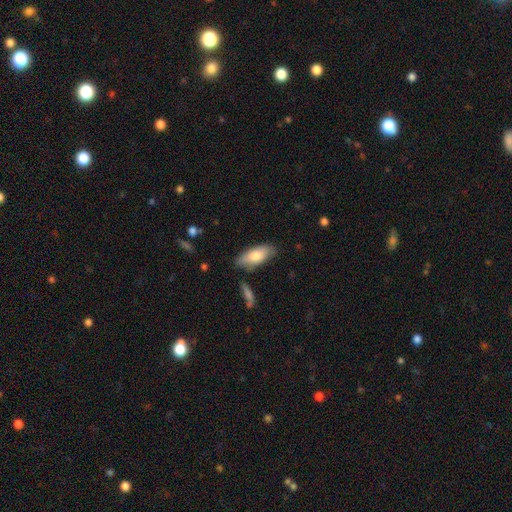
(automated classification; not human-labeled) A smooth galaxy with no disk features (77%) that is in between round and cigar-shaped (82%).

Vote fractions:
- Smooth or featured? smooth: 77% / featured or disk: 18% / star or artifact: 6%
- How rounded? in between: 82% / cigar-shaped: 16% / round: 2%
- Merging? none: 77% / minor disturbance: 16% / merger: 4% / major disturbance: 3%